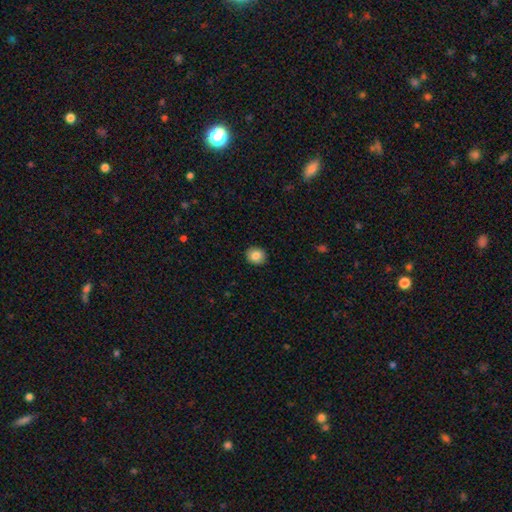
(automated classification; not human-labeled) Overall: smooth (85%). How rounded: round (75%). Merging: none (91%).